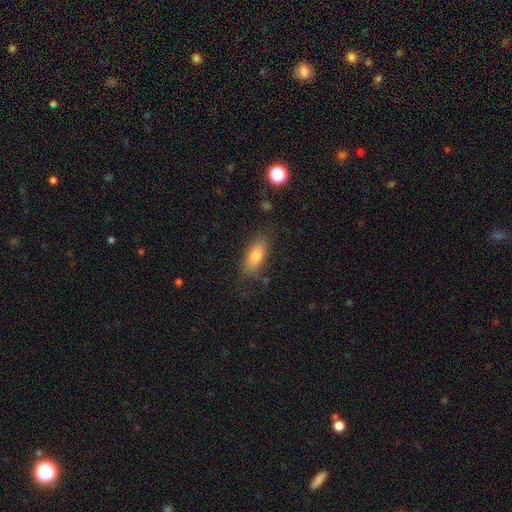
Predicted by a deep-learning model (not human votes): smooth 77%, featured or disk 15%, star or artifact 8%. Down the decision tree: how rounded — in between (78%); merging — none (81%).